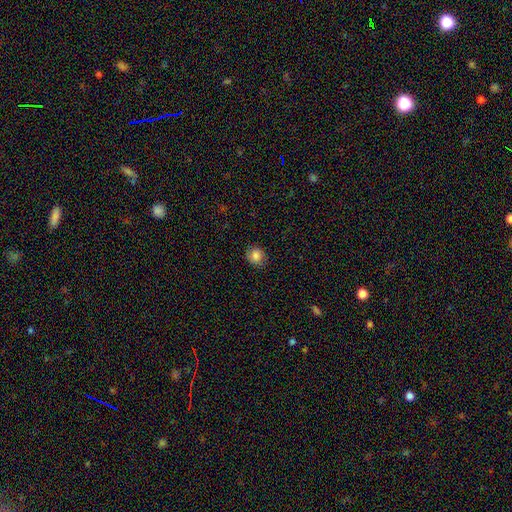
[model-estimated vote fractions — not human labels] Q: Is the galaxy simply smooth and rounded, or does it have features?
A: smooth — 81%.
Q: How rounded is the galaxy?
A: round — 72%.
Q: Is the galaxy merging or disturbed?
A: none — 82%.